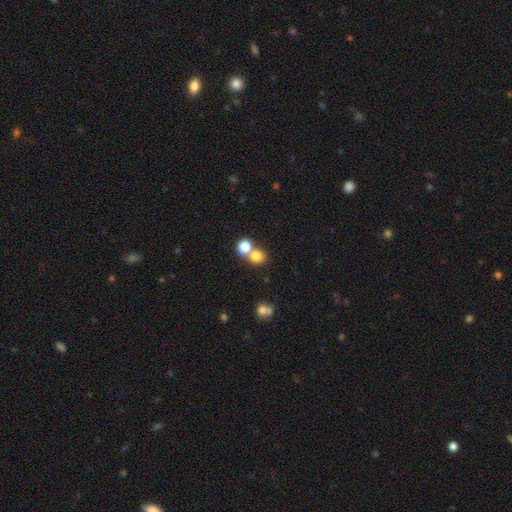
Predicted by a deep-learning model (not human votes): Smooth or featured?
  - smooth: 78% *
  - star or artifact: 14%
  - featured or disk: 8%
How rounded?
  - round: 80% *
  - in between: 19%
  - cigar-shaped: 1%
Merging?
  - none: 50% *
  - merger: 41%
  - minor disturbance: 6%
  - major disturbance: 3%